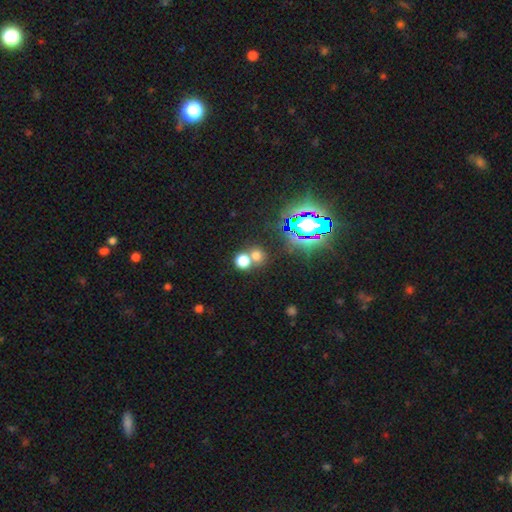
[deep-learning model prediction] Smooth or featured: smooth — 64% (star or artifact — 27%)
How rounded: round — 83% (in between — 15%)
Merging: none — 54% (merger — 37%)